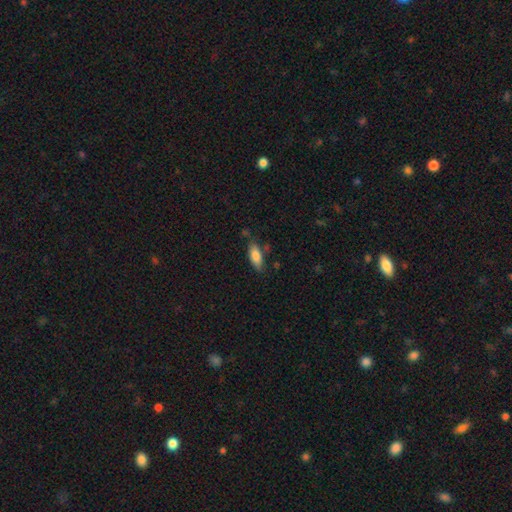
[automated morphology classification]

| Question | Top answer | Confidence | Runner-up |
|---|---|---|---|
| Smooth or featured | smooth | 82% | featured or disk (11%) |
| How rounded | in between | 73% | cigar-shaped (25%) |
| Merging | none | 74% | minor disturbance (17%) |